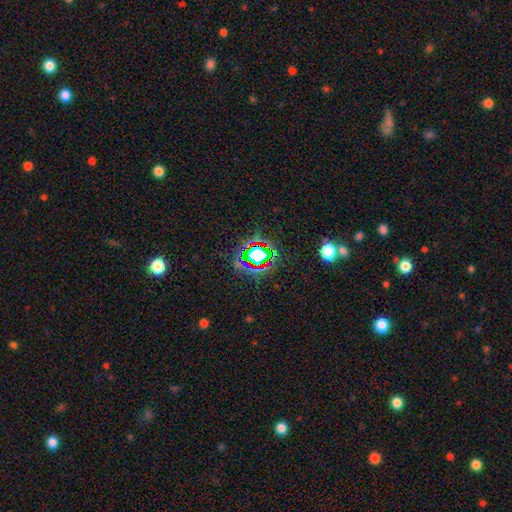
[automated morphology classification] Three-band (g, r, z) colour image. It shows a star or artifact, not a galaxy (67%).